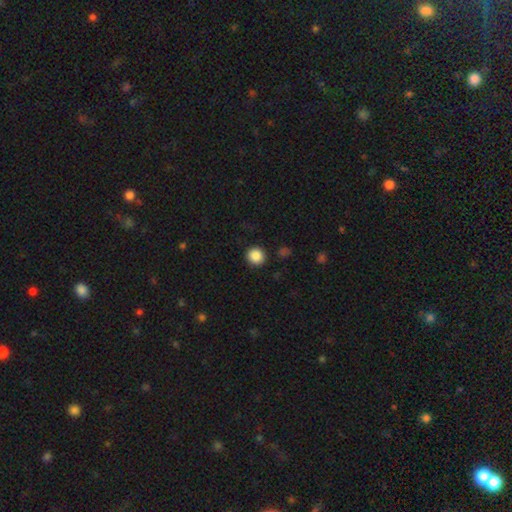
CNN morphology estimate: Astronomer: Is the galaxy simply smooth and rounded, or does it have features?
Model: smooth — 87%.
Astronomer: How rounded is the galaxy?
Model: round — 92%.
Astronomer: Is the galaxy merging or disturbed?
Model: none — 91%.